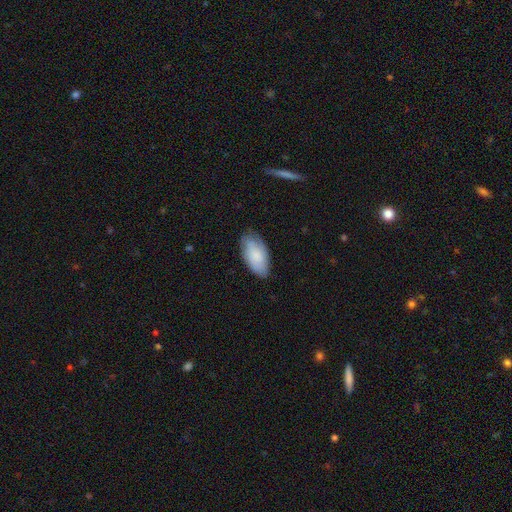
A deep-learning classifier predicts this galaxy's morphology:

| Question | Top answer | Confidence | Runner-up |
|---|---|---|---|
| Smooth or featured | smooth | 73% | featured or disk (21%) |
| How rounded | in between | 94% | cigar-shaped (3%) |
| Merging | none | 76% | minor disturbance (19%) |